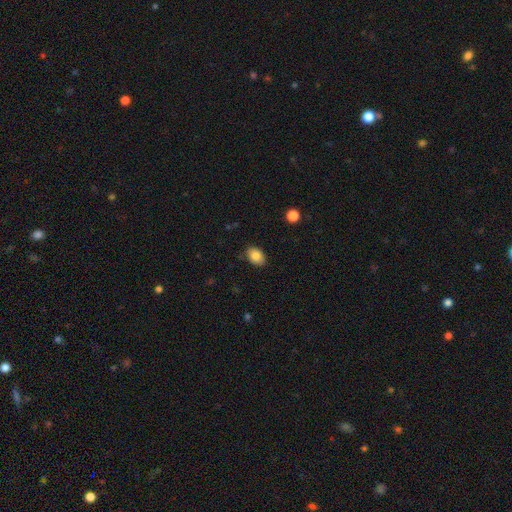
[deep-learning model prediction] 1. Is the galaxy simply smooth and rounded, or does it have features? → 84% smooth, 8% star or artifact, 7% featured or disk.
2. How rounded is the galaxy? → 80% in between, 19% round, 1% cigar-shaped.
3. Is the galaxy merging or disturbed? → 85% none, 12% minor disturbance, 2% major disturbance, 1% merger.